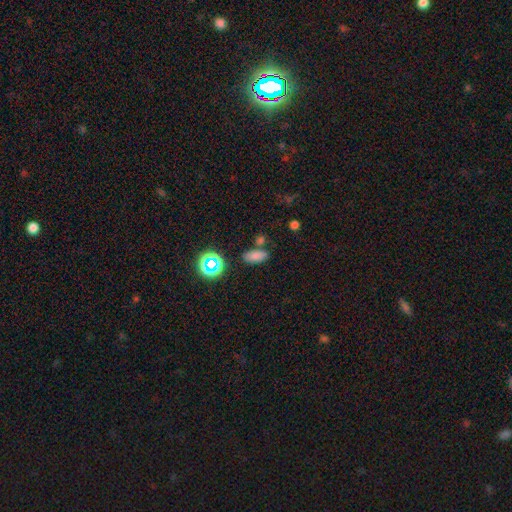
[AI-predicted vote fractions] A smooth galaxy with no disk features (76%) that is in between round and cigar-shaped (80%). Merging: none (75%).